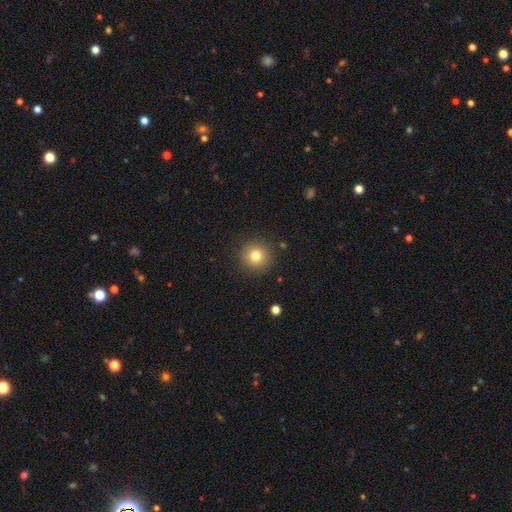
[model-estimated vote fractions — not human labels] This is likely a smooth galaxy (79%). How rounded: clearly round (95%). Merging: clearly none (90%).